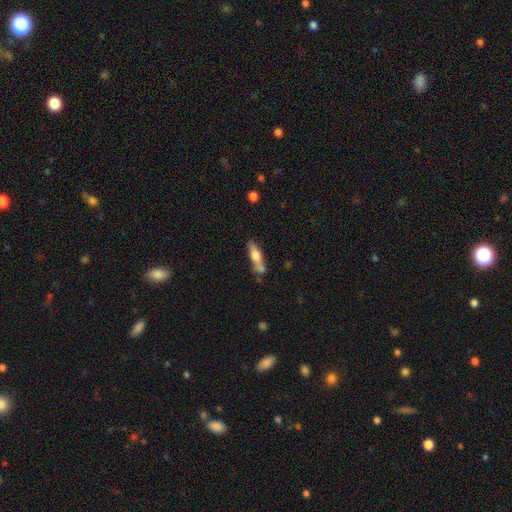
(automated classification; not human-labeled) Smooth or featured: smooth — 60% (featured or disk — 33%)
How rounded: cigar-shaped — 59% (in between — 38%)
Merging: none — 51% (merger — 24%)